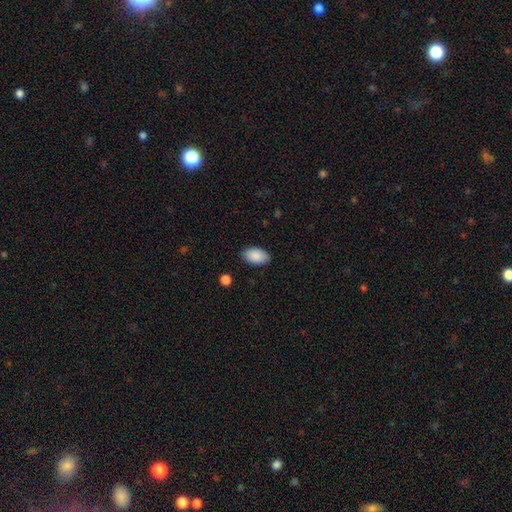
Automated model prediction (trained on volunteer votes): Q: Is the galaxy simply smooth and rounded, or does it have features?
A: smooth — 89%.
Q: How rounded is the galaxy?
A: in between — 94%.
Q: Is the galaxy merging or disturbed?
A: none — 87%.